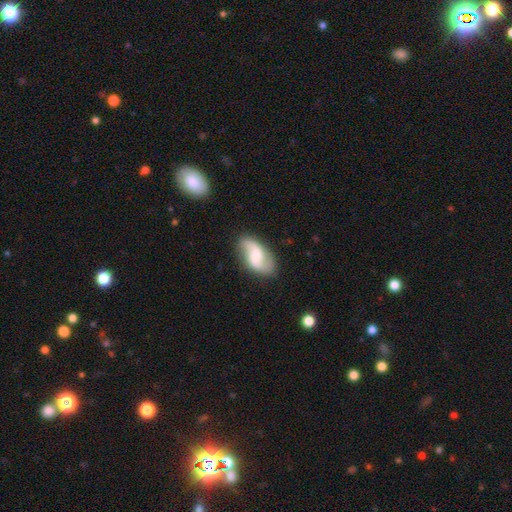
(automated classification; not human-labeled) Morphology: type=featured or disk (69%); edge-on=no (96%); bar=no (45%); spiral arms=yes (94%); winding=loose (59%); arm count=2 (91%); bulge=small (41%); merging=none (80%).